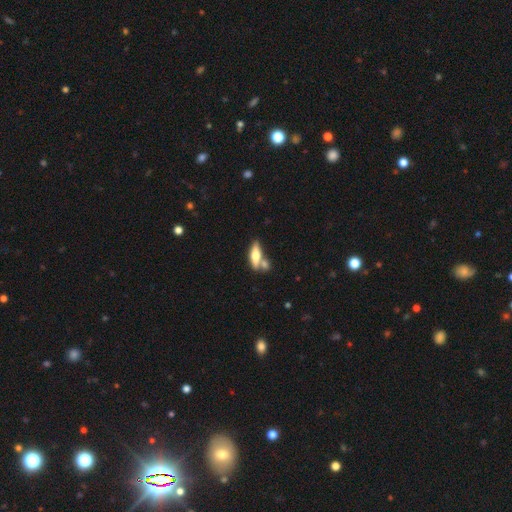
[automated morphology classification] Q: Smooth or featured?
A: smooth (56%); runner-up: featured or disk (38%)
Q: How rounded?
A: in between (52%); runner-up: cigar-shaped (45%)
Q: Merging?
A: none (54%); runner-up: merger (29%)